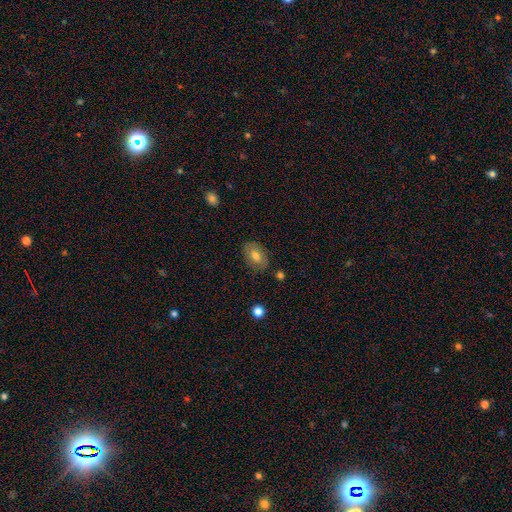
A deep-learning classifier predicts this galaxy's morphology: Smooth or featured? smooth (73%)
How rounded? in between (86%)
Merging? none (83%)